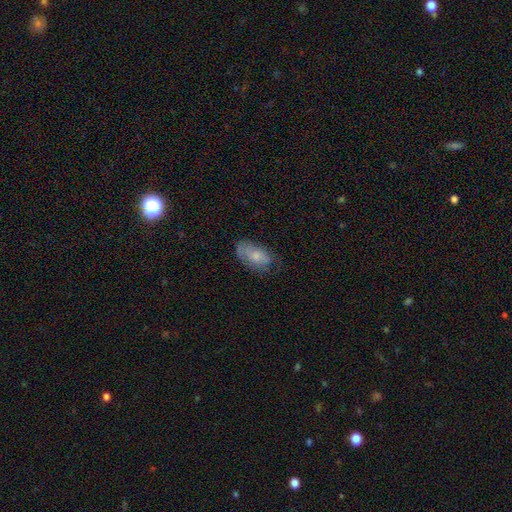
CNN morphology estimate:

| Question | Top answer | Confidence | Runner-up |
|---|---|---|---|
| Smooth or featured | smooth | 69% | featured or disk (25%) |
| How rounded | in between | 91% | cigar-shaped (4%) |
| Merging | none | 61% | minor disturbance (28%) |